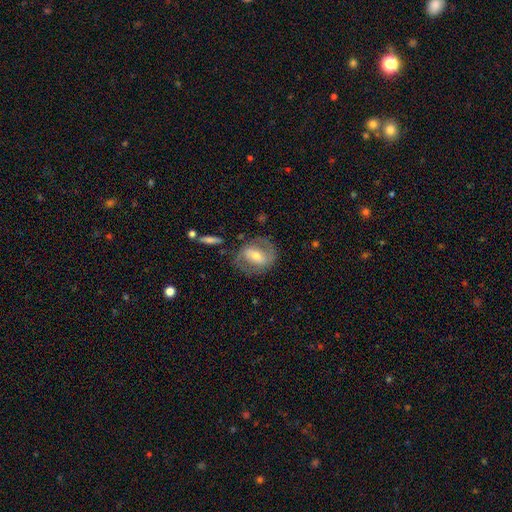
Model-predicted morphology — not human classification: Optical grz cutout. It shows a featured or disk galaxy (69%) with a strong bar (39%), spiral arms (75%) and a moderate central bulge (54%). Merging: none (74%).